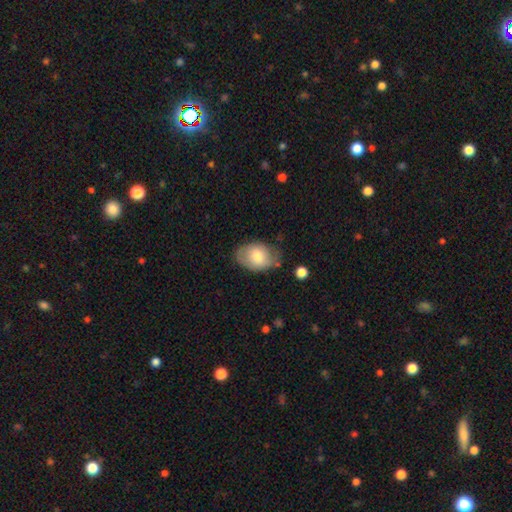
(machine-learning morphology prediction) smooth-or-featured: smooth: 71% | featured or disk: 23% | star or artifact: 7%
  how-rounded: in between: 82% | round: 17% | cigar-shaped: 1%
  merging: none: 60% | minor disturbance: 29% | major disturbance: 8% | merger: 3%